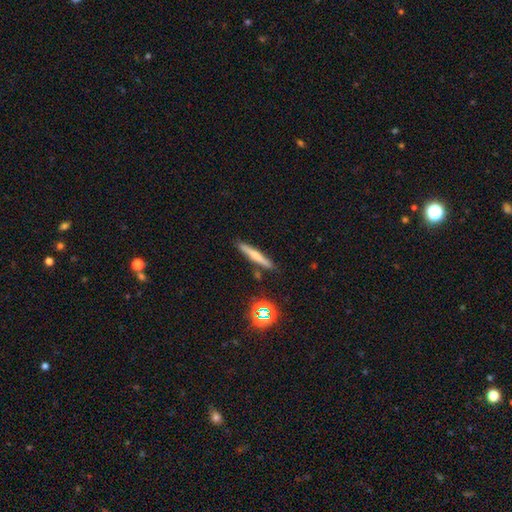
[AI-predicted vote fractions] Smooth or featured?
  - smooth: 57% *
  - featured or disk: 33%
  - star or artifact: 10%
How rounded?
  - cigar-shaped: 93% *
  - in between: 5%
  - round: 2%
Merging?
  - none: 85% *
  - minor disturbance: 9%
  - merger: 3%
  - major disturbance: 2%